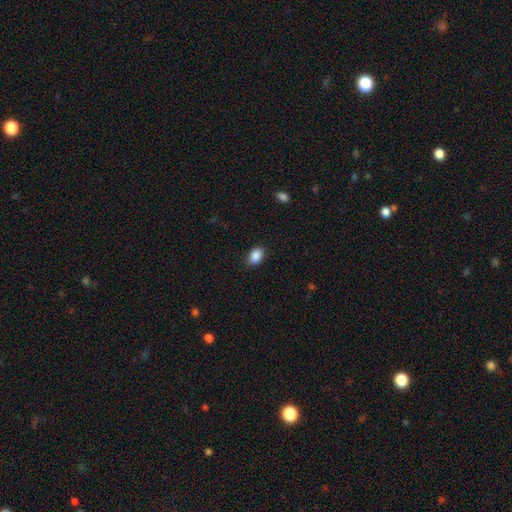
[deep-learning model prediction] smooth_or_featured: smooth (p=0.89) [alt: star or artifact p=0.08]
how_rounded: in between (p=0.84) [alt: round p=0.15]
merging: none (p=0.86) [alt: minor disturbance p=0.10]